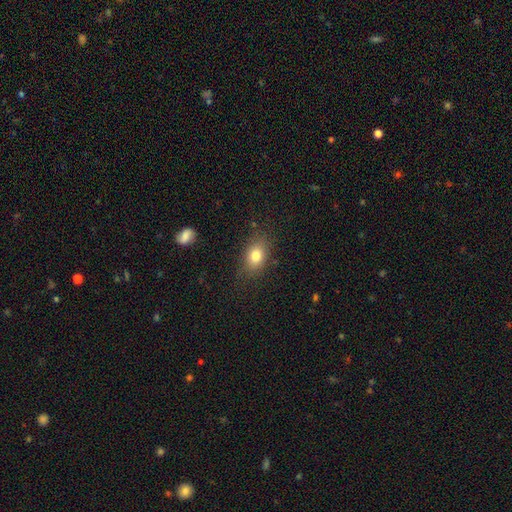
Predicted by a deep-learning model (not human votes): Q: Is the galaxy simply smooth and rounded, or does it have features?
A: smooth — 80%.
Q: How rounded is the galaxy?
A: in between — 73%.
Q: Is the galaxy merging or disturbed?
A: none — 79%.